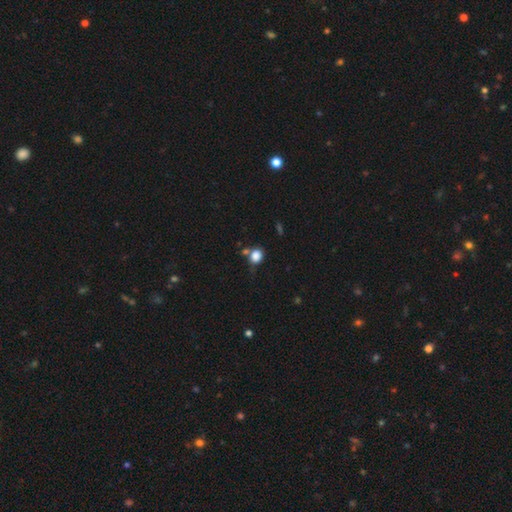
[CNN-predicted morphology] Smooth or featured?
  - smooth: 83% *
  - star or artifact: 11%
  - featured or disk: 5%
How rounded?
  - round: 63% *
  - in between: 36%
  - cigar-shaped: 1%
Merging?
  - none: 57% *
  - minor disturbance: 19%
  - merger: 18%
  - major disturbance: 7%